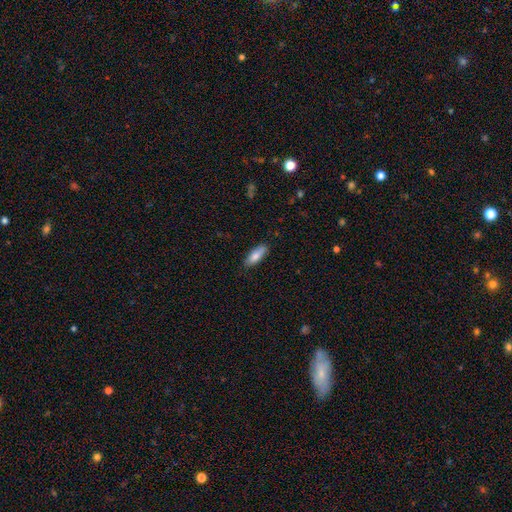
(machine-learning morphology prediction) The model was most divided on "how rounded": in between: 66%, cigar-shaped: 33%, round: 2%. More confident: merging — none (82%); smooth or featured — smooth (80%).